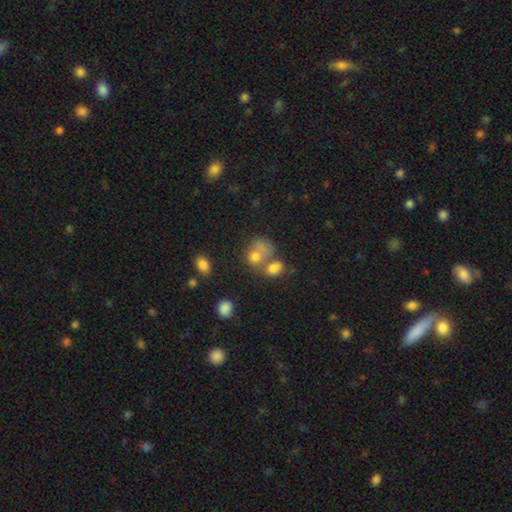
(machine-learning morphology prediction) Smooth or featured? smooth (71%)
How rounded? round (53%)
Merging? merger (49%)